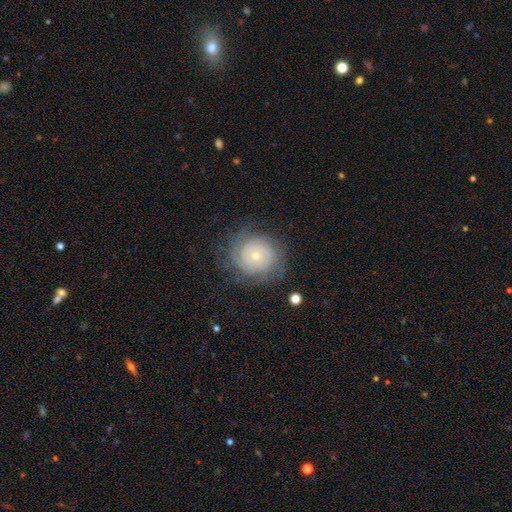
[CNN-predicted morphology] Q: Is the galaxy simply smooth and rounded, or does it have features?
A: featured or disk — 70%.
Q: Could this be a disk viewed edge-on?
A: no — 98%.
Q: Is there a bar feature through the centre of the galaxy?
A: no — 82%.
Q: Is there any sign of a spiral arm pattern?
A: yes — 90%.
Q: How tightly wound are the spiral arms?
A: tight — 76%.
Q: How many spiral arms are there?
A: can't tell — 40%.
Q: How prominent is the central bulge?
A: small — 70%.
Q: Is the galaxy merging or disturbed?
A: none — 76%.